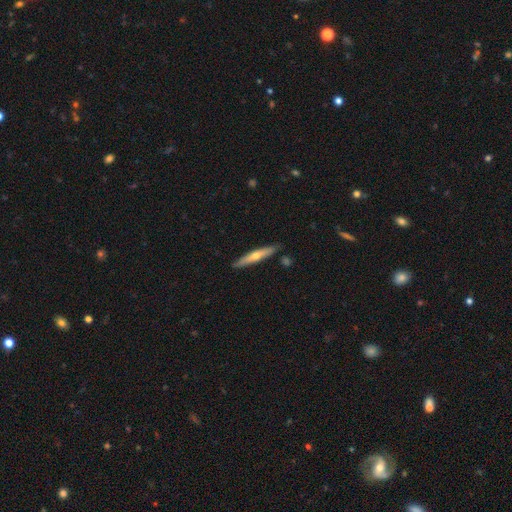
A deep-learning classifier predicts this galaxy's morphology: The model was most divided on "smooth or featured": featured or disk: 50%, smooth: 45%, star or artifact: 6%. More confident: merging — none (86%).